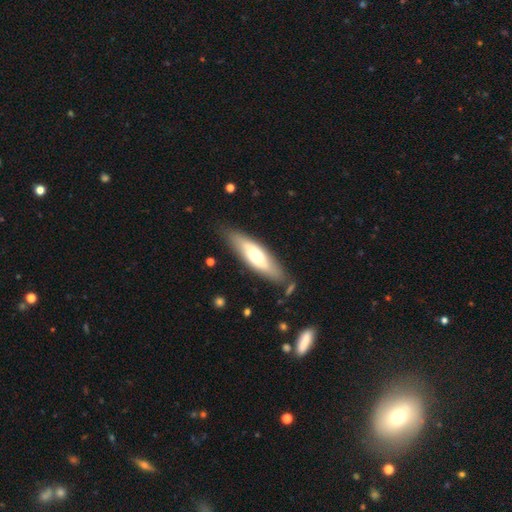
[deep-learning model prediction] Smooth or featured?
  - smooth: 56% *
  - featured or disk: 39%
  - star or artifact: 5%
How rounded?
  - cigar-shaped: 53% *
  - in between: 45%
  - round: 2%
Merging?
  - none: 81% *
  - minor disturbance: 13%
  - major disturbance: 3%
  - merger: 3%